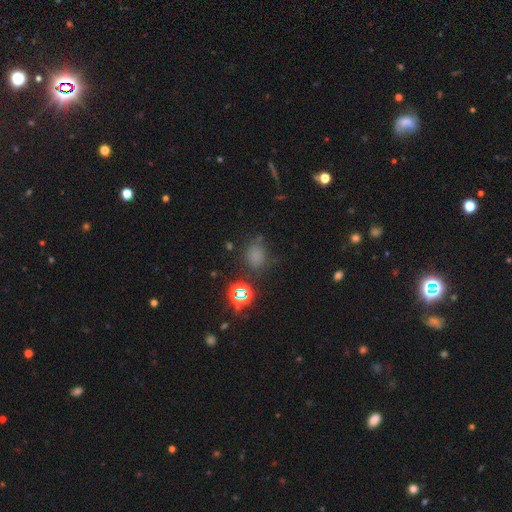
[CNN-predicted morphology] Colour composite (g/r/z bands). It shows a smooth galaxy with no disk features (64%) that is in between round and cigar-shaped (50%). Merging: none (72%).